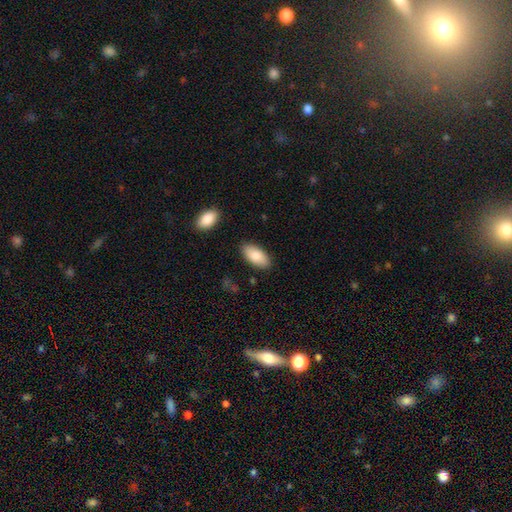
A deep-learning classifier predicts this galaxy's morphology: Smooth or featured? Predicted: smooth (p=0.85). How rounded? Predicted: in between (p=0.93). Merging? Predicted: none (p=0.86).